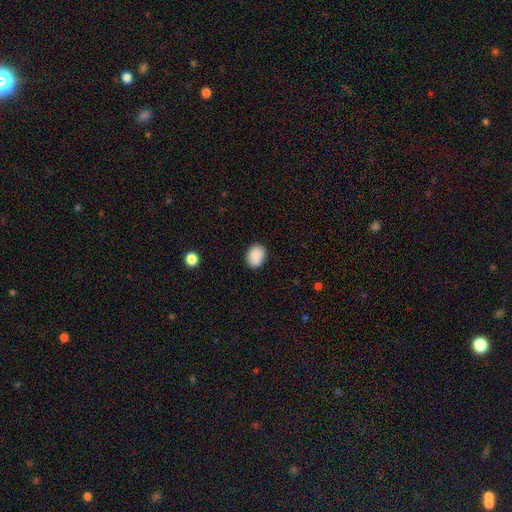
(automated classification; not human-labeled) The model was most divided on "how rounded": in between: 58%, round: 41%, cigar-shaped: 1%. More confident: smooth or featured — smooth (88%); merging — none (83%).